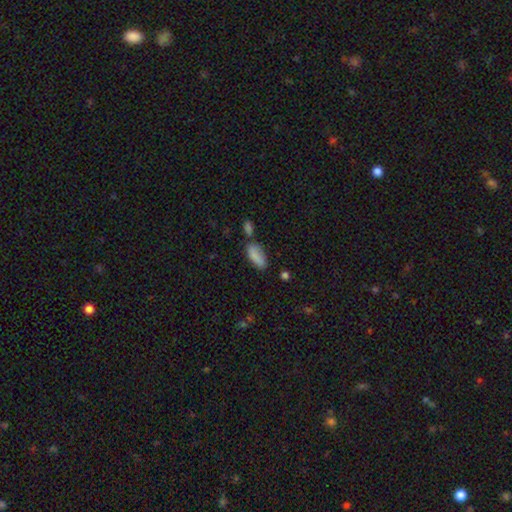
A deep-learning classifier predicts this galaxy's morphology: Smooth or featured?
  - smooth: 84% *
  - star or artifact: 8%
  - featured or disk: 7%
How rounded?
  - in between: 84% *
  - cigar-shaped: 14%
  - round: 3%
Merging?
  - none: 60% *
  - minor disturbance: 21%
  - merger: 14%
  - major disturbance: 6%